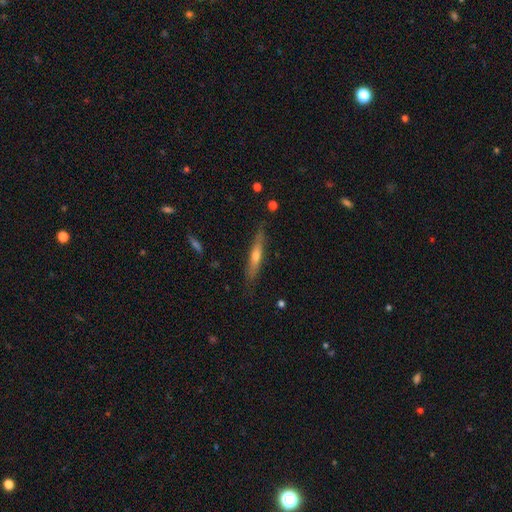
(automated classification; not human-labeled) The model was most divided on "smooth or featured": featured or disk: 53%, smooth: 40%, star or artifact: 7%. More confident: edge-on disk — yes (89%); merging — none (81%).